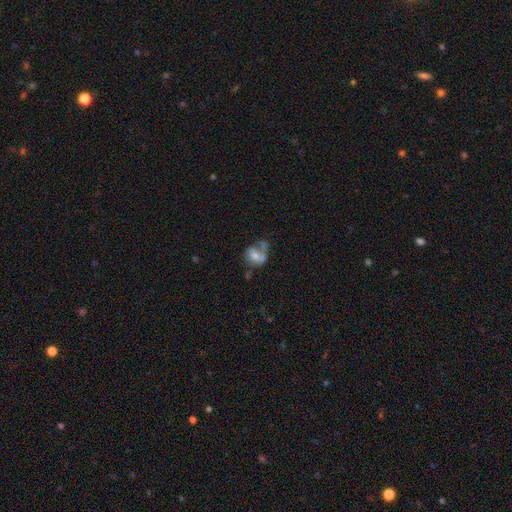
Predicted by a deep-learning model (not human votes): A featured or disk galaxy (46%). Merging: merger (31%).